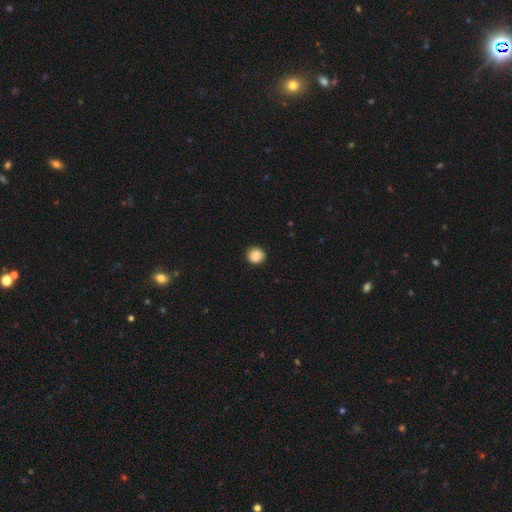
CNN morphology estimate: smooth_or_featured: smooth (p=0.86) [alt: star or artifact p=0.09]
how_rounded: round (p=0.87) [alt: in between p=0.12]
merging: none (p=0.89) [alt: minor disturbance p=0.08]